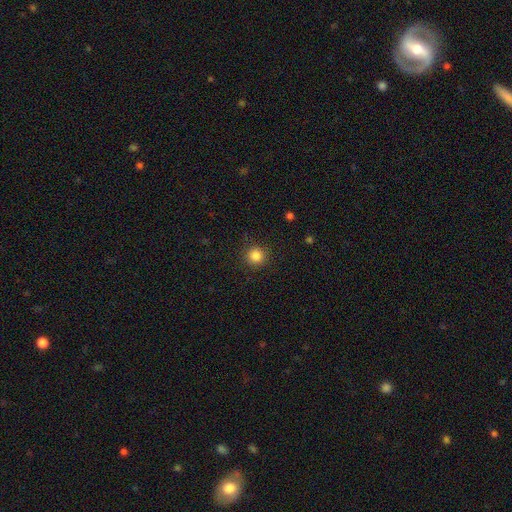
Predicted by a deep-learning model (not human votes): Morphology: type=smooth (85%); roundness=round (95%); merging=none (91%).